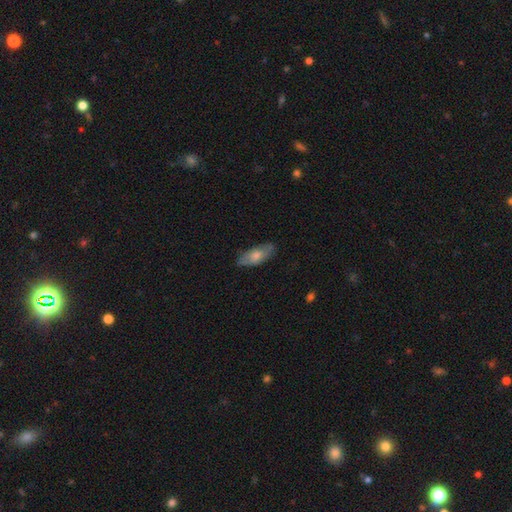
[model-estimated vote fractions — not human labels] Overall: smooth (63%; featured or disk 31%). How rounded: in between (82%). Merging: none (75%).